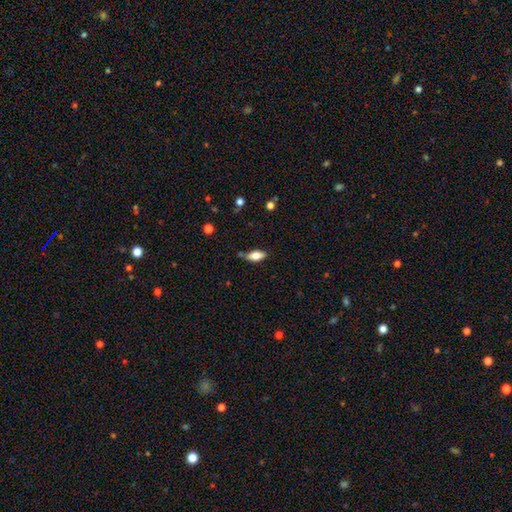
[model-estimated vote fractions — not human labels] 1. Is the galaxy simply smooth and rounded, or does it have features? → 74% smooth, 19% featured or disk, 7% star or artifact.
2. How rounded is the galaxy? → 85% in between, 12% cigar-shaped, 3% round.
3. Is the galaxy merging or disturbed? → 70% none, 20% minor disturbance, 5% merger, 4% major disturbance.